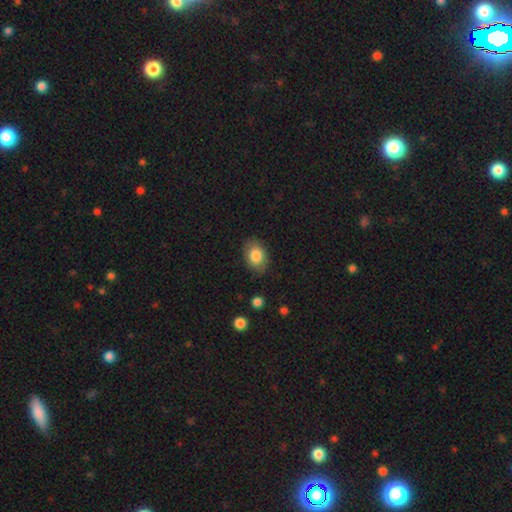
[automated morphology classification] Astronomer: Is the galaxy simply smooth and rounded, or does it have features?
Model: smooth — 83%.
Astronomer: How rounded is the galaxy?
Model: in between — 78%.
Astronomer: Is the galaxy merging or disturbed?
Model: none — 81%.